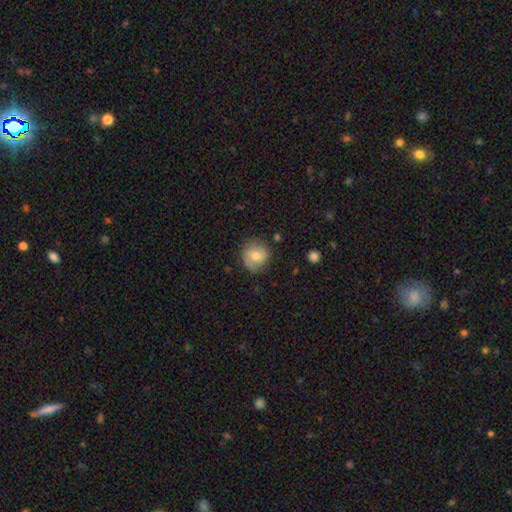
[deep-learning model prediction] smooth 59%, featured or disk 33%, star or artifact 8%. Down the decision tree: how rounded — round (87%); merging — none (77%).